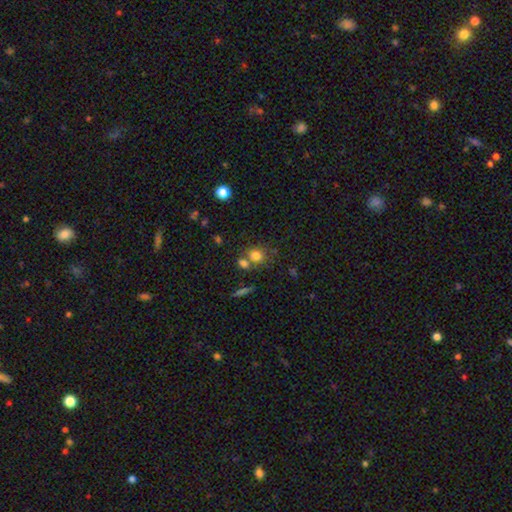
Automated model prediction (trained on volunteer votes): smooth 78%, star or artifact 13%, featured or disk 9%. Down the decision tree: how rounded — round (64%); merging — none (55%).